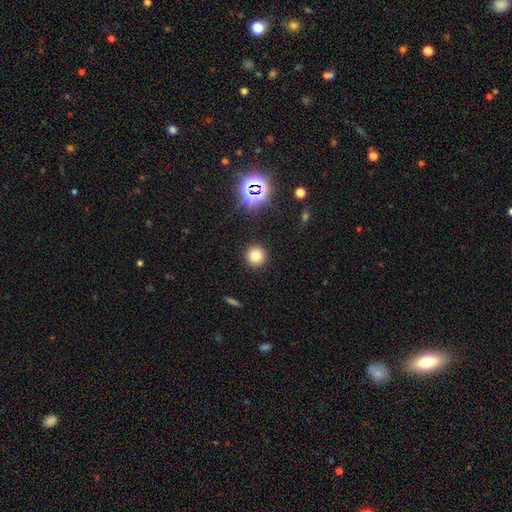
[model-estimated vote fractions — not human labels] smooth_or_featured: smooth (p=0.75) [alt: star or artifact p=0.18]
how_rounded: round (p=0.95) [alt: in between p=0.04]
merging: none (p=0.92) [alt: minor disturbance p=0.05]